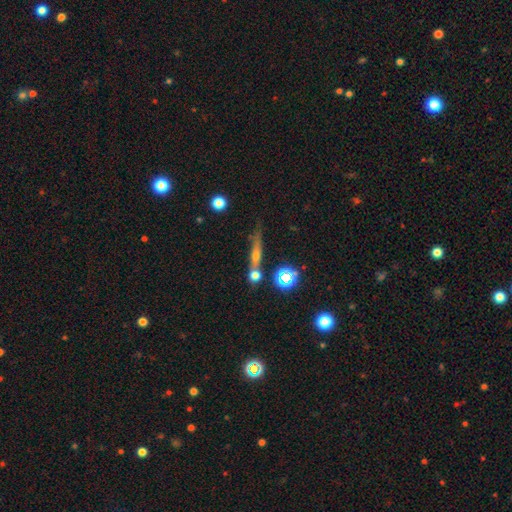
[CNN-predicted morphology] A featured or disk galaxy (43%).

Vote fractions:
- Smooth or featured? featured or disk: 43% / smooth: 38% / star or artifact: 19%
- Merging? none: 64% / merger: 17% / minor disturbance: 14% / major disturbance: 6%